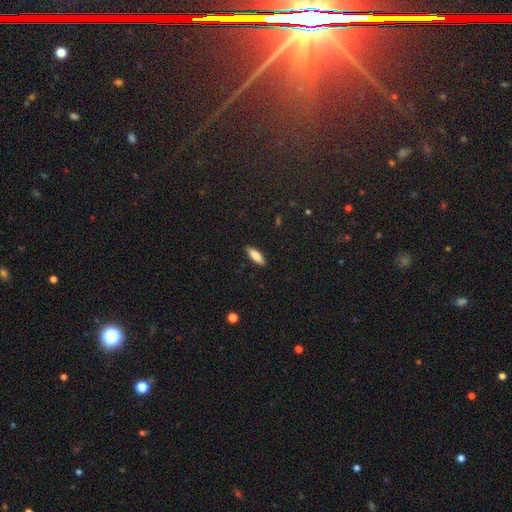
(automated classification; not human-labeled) smooth 81%, featured or disk 12%, star or artifact 7%. Down the decision tree: how rounded — cigar-shaped (49%, tied with in between); merging — none (88%).